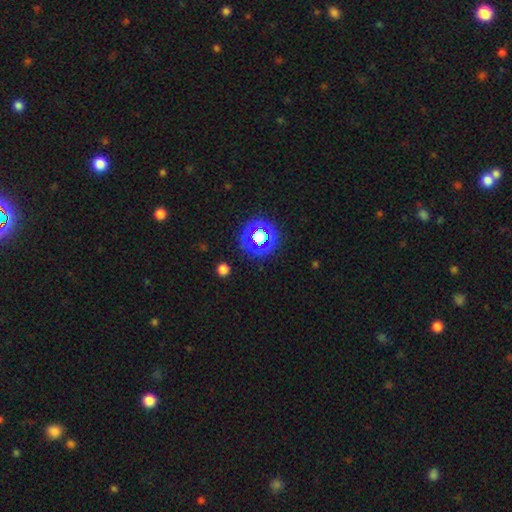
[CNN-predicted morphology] Smooth or featured? Predicted: star or artifact (p=0.57).